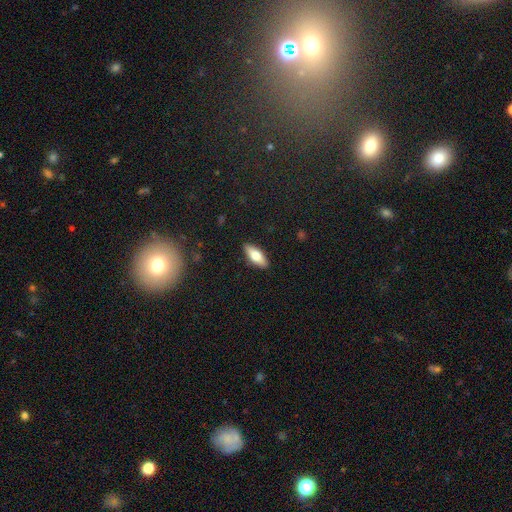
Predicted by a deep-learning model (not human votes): This appears to be a smooth galaxy with no disk features (68%) that is in between round and cigar-shaped (72%). Merging: none (89%).